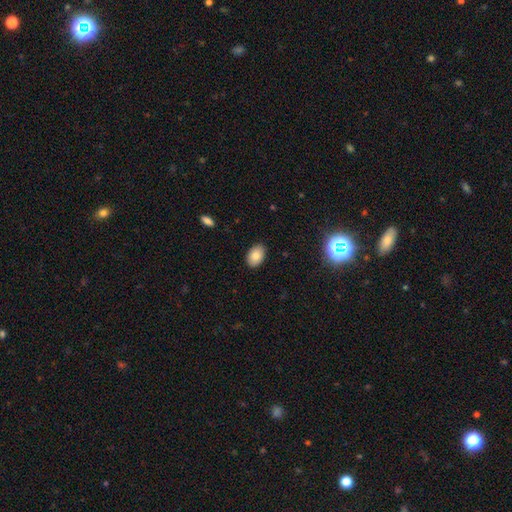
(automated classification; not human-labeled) A smooth galaxy with no disk features (82%) that is in between round and cigar-shaped (88%).

Vote fractions:
- Smooth or featured? smooth: 82% / star or artifact: 9% / featured or disk: 9%
- How rounded? in between: 88% / round: 11% / cigar-shaped: 1%
- Merging? none: 89% / minor disturbance: 8% / major disturbance: 2% / merger: 1%